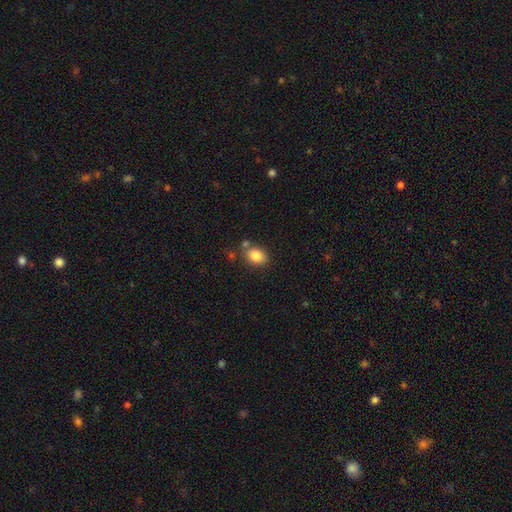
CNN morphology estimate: Overall: smooth (84%). How rounded: in between (63%; round 35%). Merging: none (70%).